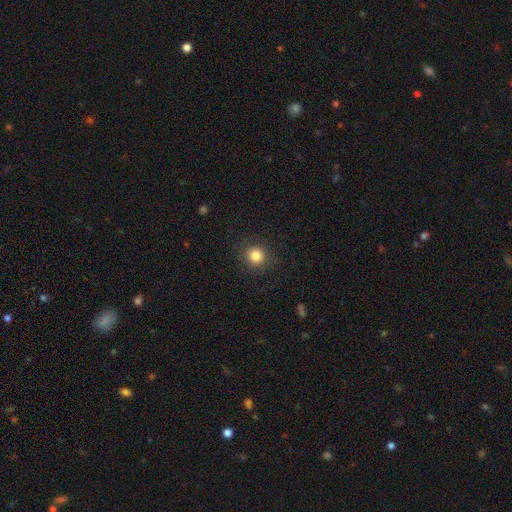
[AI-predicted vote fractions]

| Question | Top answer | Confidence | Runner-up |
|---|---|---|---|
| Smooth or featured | smooth | 84% | star or artifact (11%) |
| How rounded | round | 92% | in between (7%) |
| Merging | none | 89% | minor disturbance (7%) |